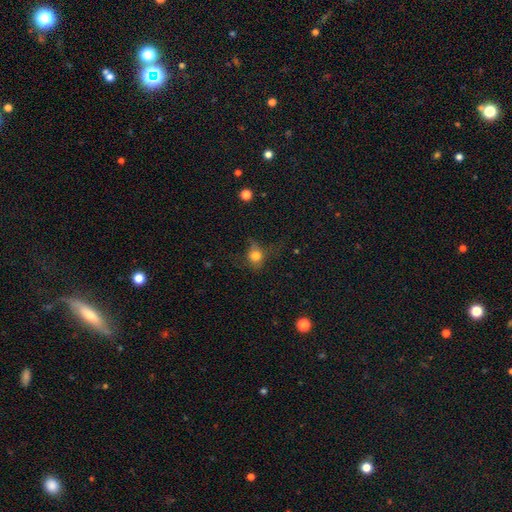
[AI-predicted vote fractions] Q: Smooth or featured?
A: smooth (72%); runner-up: star or artifact (15%)
Q: How rounded?
A: round (73%); runner-up: in between (25%)
Q: Merging?
A: none (55%); runner-up: minor disturbance (25%)